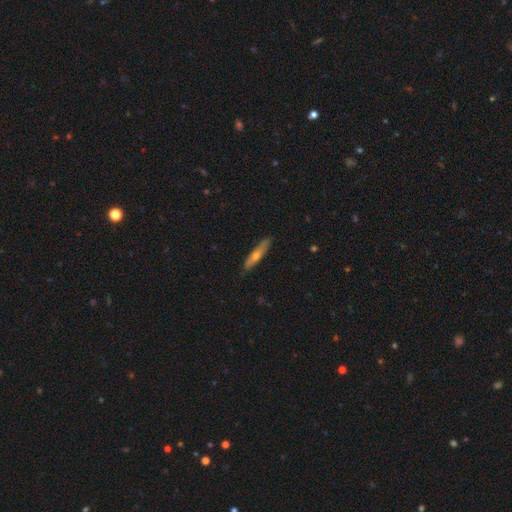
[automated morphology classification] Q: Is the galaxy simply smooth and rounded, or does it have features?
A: featured or disk — 50%.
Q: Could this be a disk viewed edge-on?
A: yes — 82%.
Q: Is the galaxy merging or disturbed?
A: none — 86%.